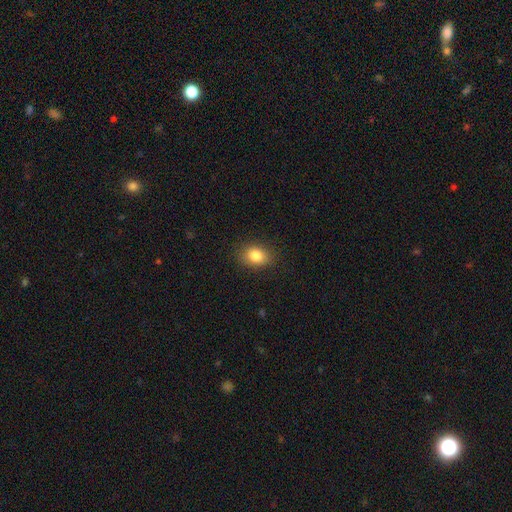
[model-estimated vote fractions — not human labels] Smooth or featured?
  - smooth: 84% *
  - star or artifact: 9%
  - featured or disk: 6%
How rounded?
  - in between: 71% *
  - round: 27%
  - cigar-shaped: 1%
Merging?
  - none: 85% *
  - minor disturbance: 11%
  - major disturbance: 3%
  - merger: 1%